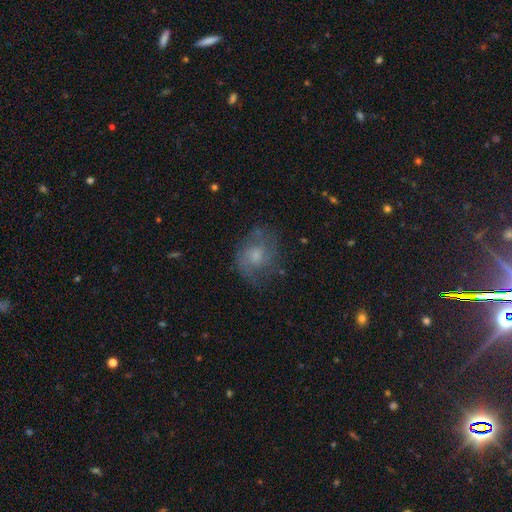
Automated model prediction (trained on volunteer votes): Morphology: type=featured or disk (50%); merging=none (62%).